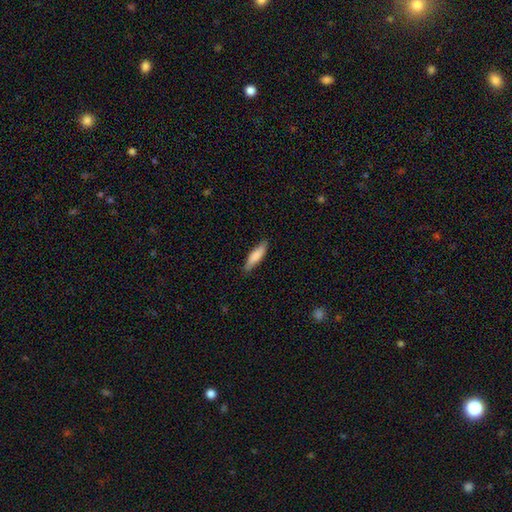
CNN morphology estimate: Q: Smooth or featured?
A: smooth (81%); runner-up: featured or disk (14%)
Q: How rounded?
A: cigar-shaped (72%); runner-up: in between (26%)
Q: Merging?
A: none (85%); runner-up: minor disturbance (12%)